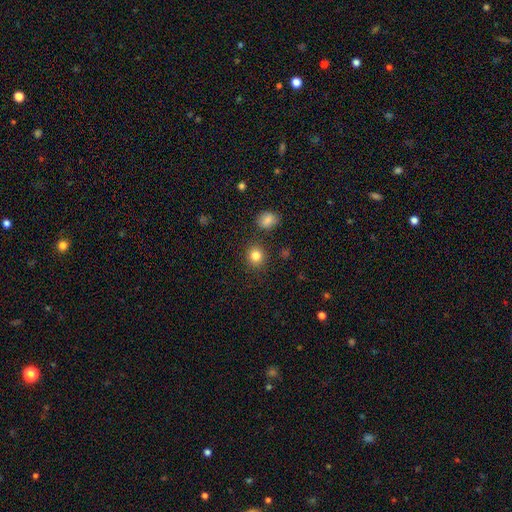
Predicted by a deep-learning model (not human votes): A smooth galaxy with no disk features (83%) that is round (85%).

Vote fractions:
- Smooth or featured? smooth: 83% / star or artifact: 11% / featured or disk: 6%
- How rounded? round: 85% / in between: 15% / cigar-shaped: 1%
- Merging? none: 88% / minor disturbance: 7% / merger: 3% / major disturbance: 2%